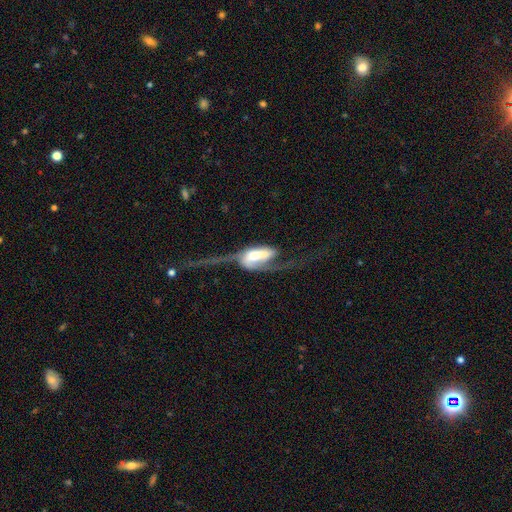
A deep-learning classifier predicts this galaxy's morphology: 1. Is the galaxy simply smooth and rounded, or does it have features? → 71% featured or disk, 23% smooth, 6% star or artifact.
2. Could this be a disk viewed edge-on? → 85% no, 15% yes.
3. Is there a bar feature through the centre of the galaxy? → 40% strong, 31% no, 29% weak.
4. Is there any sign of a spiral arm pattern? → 79% yes, 21% no.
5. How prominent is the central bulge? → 32% large, 31% moderate, 16% small, 12% dominant, 8% none.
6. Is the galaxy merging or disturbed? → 54% major disturbance, 23% none, 14% minor disturbance, 9% merger.